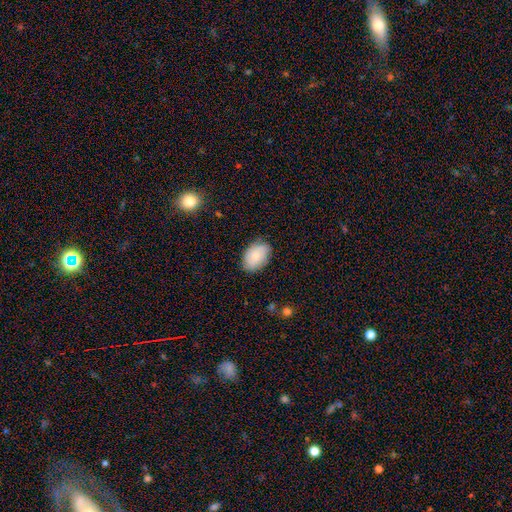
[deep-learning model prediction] Q: Smooth or featured?
A: smooth (80%); runner-up: featured or disk (14%)
Q: How rounded?
A: in between (89%); runner-up: round (10%)
Q: Merging?
A: none (80%); runner-up: minor disturbance (16%)